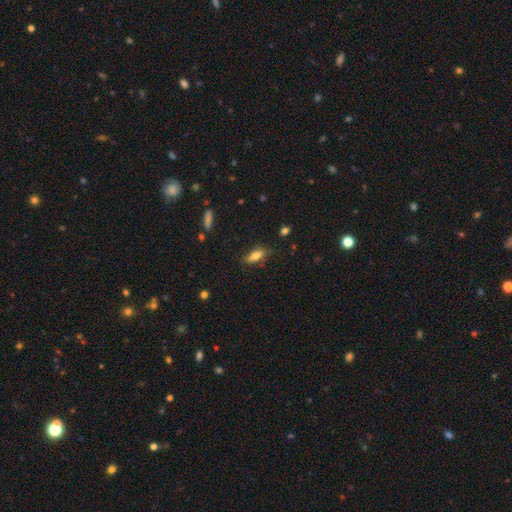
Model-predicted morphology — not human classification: Q: Smooth or featured?
A: smooth (79%); runner-up: featured or disk (13%)
Q: How rounded?
A: in between (71%); runner-up: cigar-shaped (26%)
Q: Merging?
A: none (75%); runner-up: minor disturbance (19%)